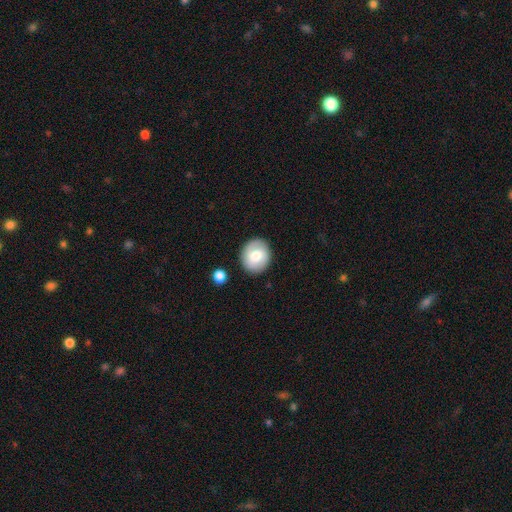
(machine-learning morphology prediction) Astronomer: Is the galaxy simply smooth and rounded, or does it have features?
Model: smooth — 71%.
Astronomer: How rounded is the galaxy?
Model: round — 75%.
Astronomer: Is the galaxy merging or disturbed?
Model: none — 86%.